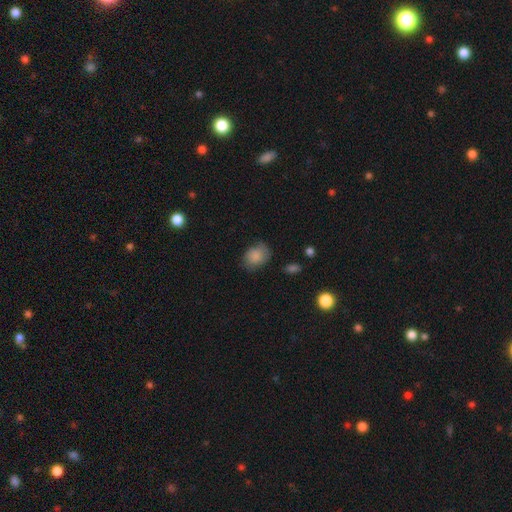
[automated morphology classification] Smooth or featured: smooth — 83% (featured or disk — 9%)
How rounded: in between — 54% (round — 45%)
Merging: none — 65% (minor disturbance — 27%)